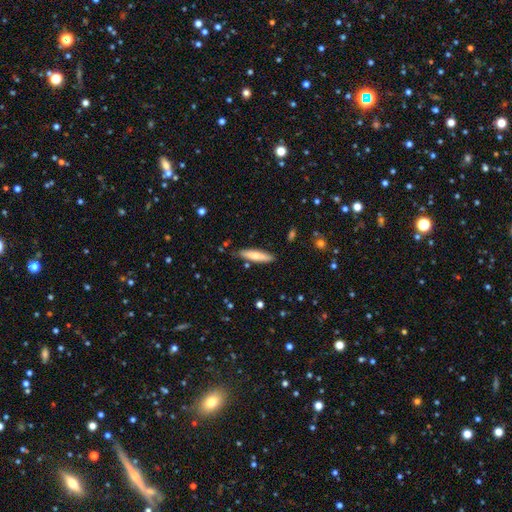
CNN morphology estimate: smooth-or-featured: smooth: 69% | featured or disk: 25% | star or artifact: 6%
  how-rounded: cigar-shaped: 80% | in between: 19% | round: 1%
  merging: none: 84% | minor disturbance: 12% | merger: 2% | major disturbance: 2%